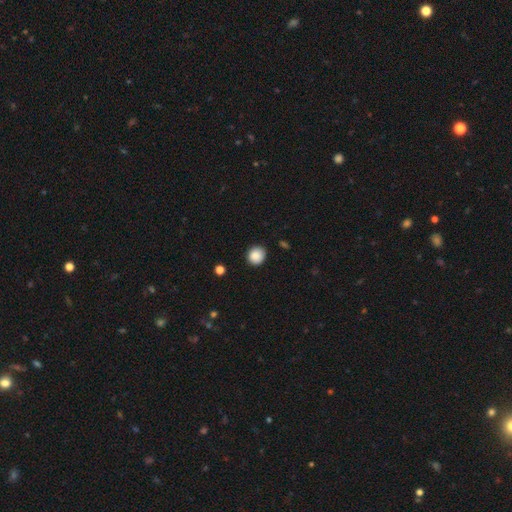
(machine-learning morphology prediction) A smooth galaxy with no disk features (87%) that is round (89%).

Vote fractions:
- Smooth or featured? smooth: 87% / star or artifact: 9% / featured or disk: 4%
- How rounded? round: 89% / in between: 11% / cigar-shaped: 1%
- Merging? none: 88% / minor disturbance: 9% / major disturbance: 2% / merger: 1%